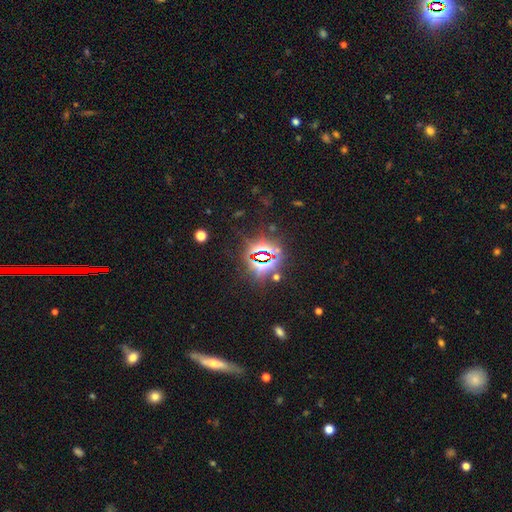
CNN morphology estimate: This appears to be a star or artifact, not a galaxy (81%).